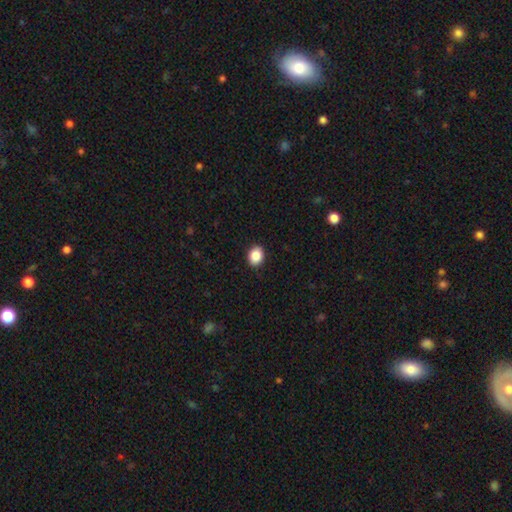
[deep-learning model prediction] Morphology: type=smooth (87%); roundness=in between (54%); merging=none (91%).